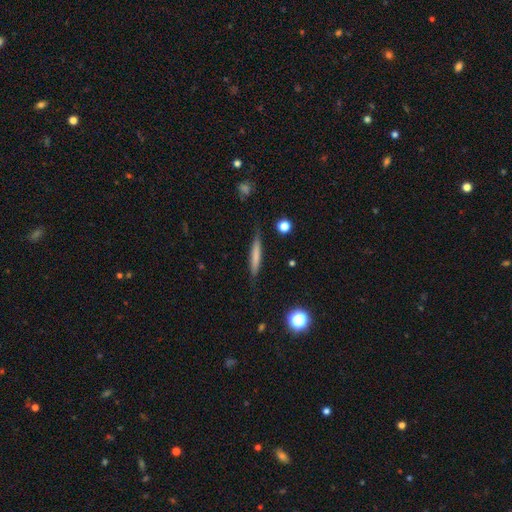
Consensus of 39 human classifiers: A smooth galaxy with no disk features (56%) that is cigar-shaped (100%). Merging: none (83%).